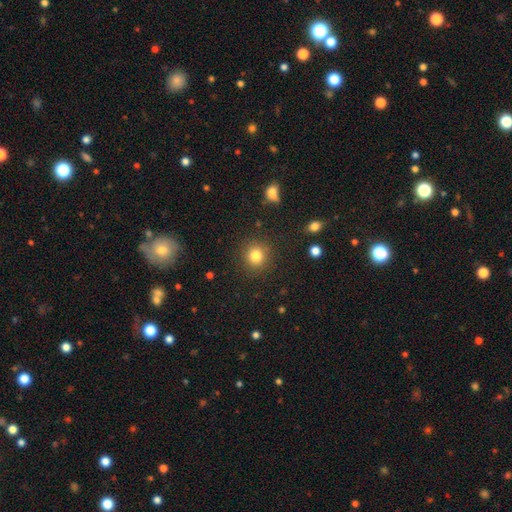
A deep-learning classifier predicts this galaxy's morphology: Q: Smooth or featured?
A: smooth (82%); runner-up: star or artifact (12%)
Q: How rounded?
A: round (90%); runner-up: in between (9%)
Q: Merging?
A: none (89%); runner-up: minor disturbance (7%)